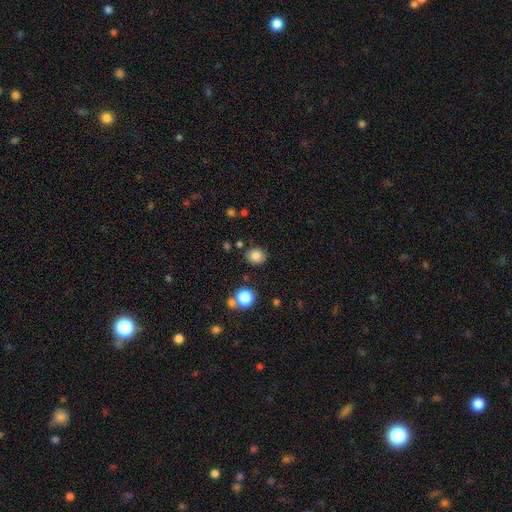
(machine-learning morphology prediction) smooth-or-featured: smooth: 81% | star or artifact: 12% | featured or disk: 7%
  how-rounded: round: 72% | in between: 27% | cigar-shaped: 1%
  merging: none: 84% | minor disturbance: 9% | merger: 3% | major disturbance: 3%